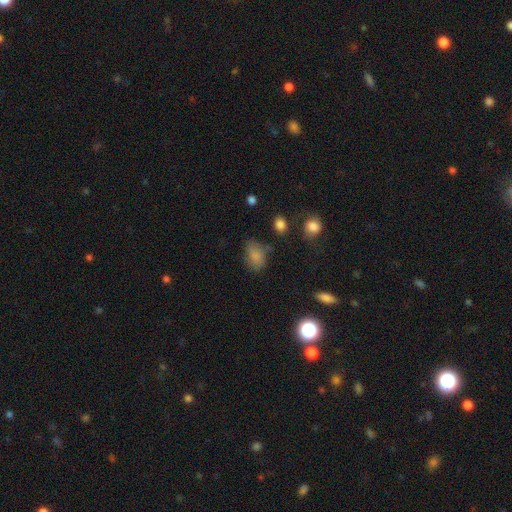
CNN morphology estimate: Q: Smooth or featured?
A: smooth (80%); runner-up: star or artifact (11%)
Q: How rounded?
A: in between (80%); runner-up: round (19%)
Q: Merging?
A: none (58%); runner-up: minor disturbance (27%)